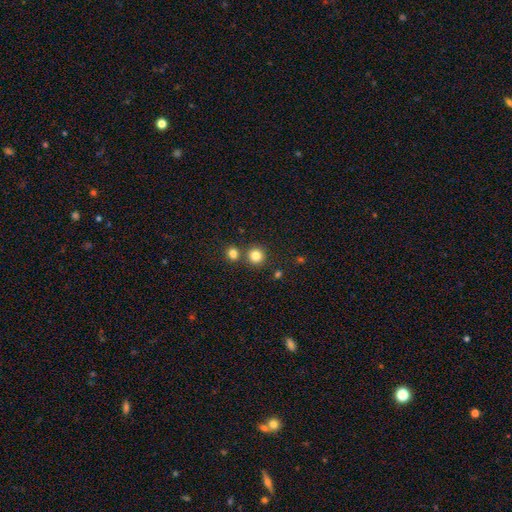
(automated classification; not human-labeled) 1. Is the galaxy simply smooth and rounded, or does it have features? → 82% smooth, 13% star or artifact, 5% featured or disk.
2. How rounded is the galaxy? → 92% round, 7% in between, 1% cigar-shaped.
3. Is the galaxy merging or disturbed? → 76% none, 15% merger, 7% minor disturbance, 2% major disturbance.